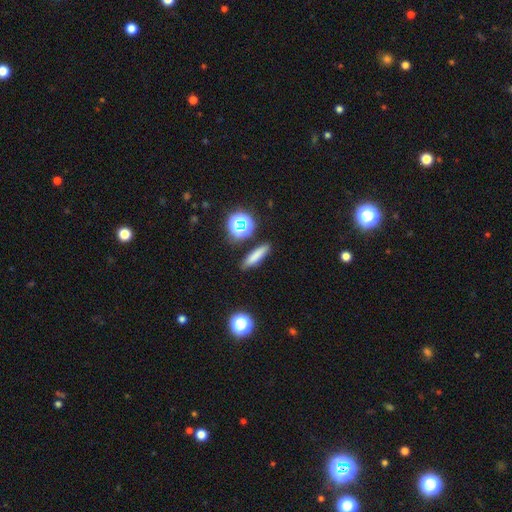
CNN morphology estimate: Smooth or featured: smooth — 76% (star or artifact — 13%)
How rounded: cigar-shaped — 73% (in between — 20%)
Merging: none — 86% (minor disturbance — 8%)